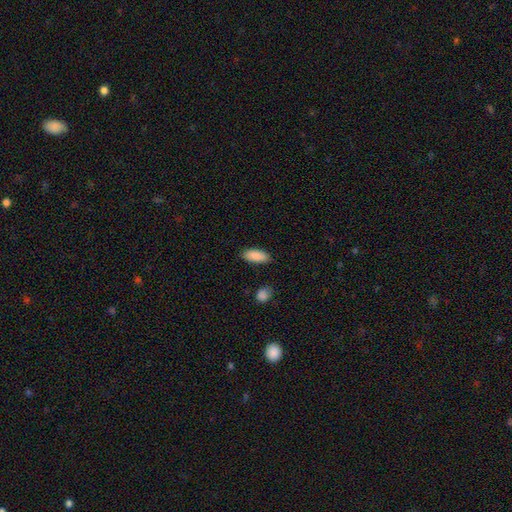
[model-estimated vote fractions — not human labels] This appears to be a smooth galaxy with no disk features (90%) that is in between round and cigar-shaped (87%). Merging: none (84%).